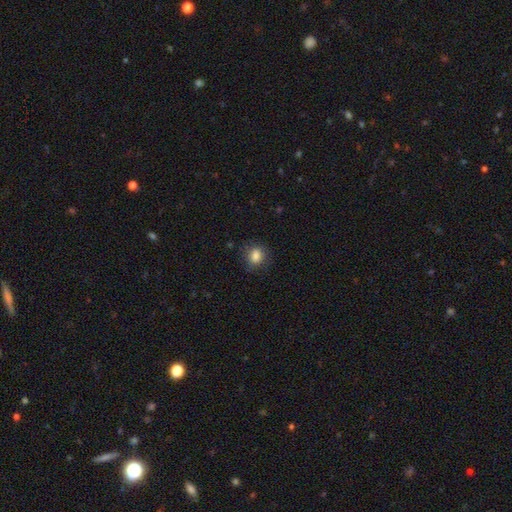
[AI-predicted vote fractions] Overall: smooth (84%). How rounded: round (54%; in between 45%). Merging: none (81%).